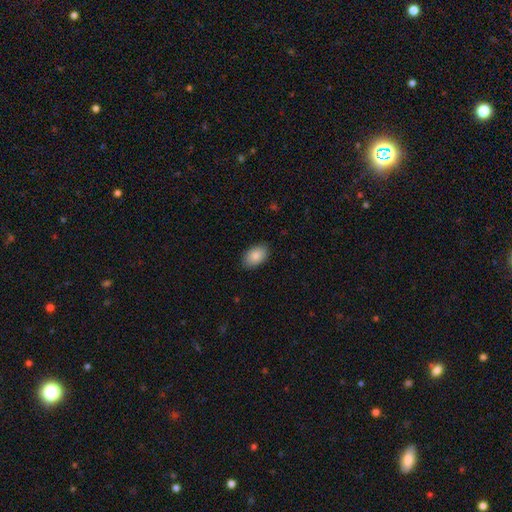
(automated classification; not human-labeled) smooth-or-featured: smooth: 88% | star or artifact: 6% | featured or disk: 6%
  how-rounded: in between: 93% | round: 6% | cigar-shaped: 1%
  merging: none: 87% | minor disturbance: 10% | major disturbance: 2% | merger: 1%